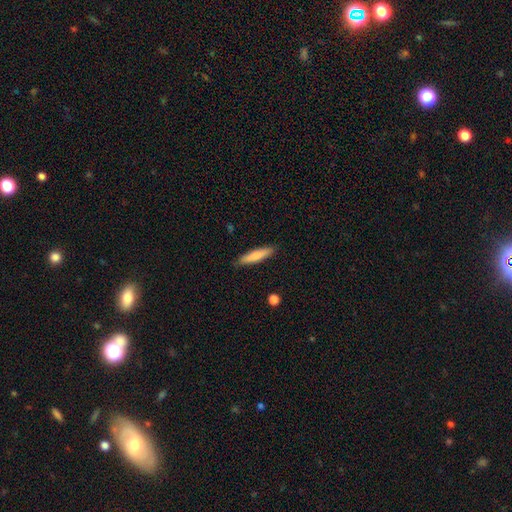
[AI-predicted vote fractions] Smooth or featured?
  - smooth: 76% *
  - featured or disk: 18%
  - star or artifact: 6%
How rounded?
  - cigar-shaped: 85% *
  - in between: 14%
  - round: 1%
Merging?
  - none: 88% *
  - minor disturbance: 9%
  - major disturbance: 2%
  - merger: 1%